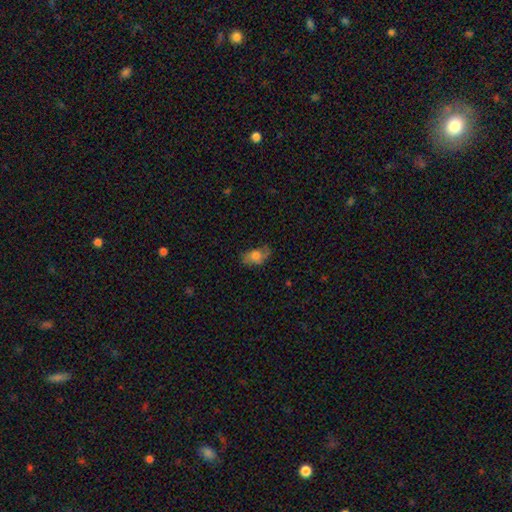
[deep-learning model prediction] Morphology: type=smooth (66%); roundness=in between (85%); merging=none (59%).